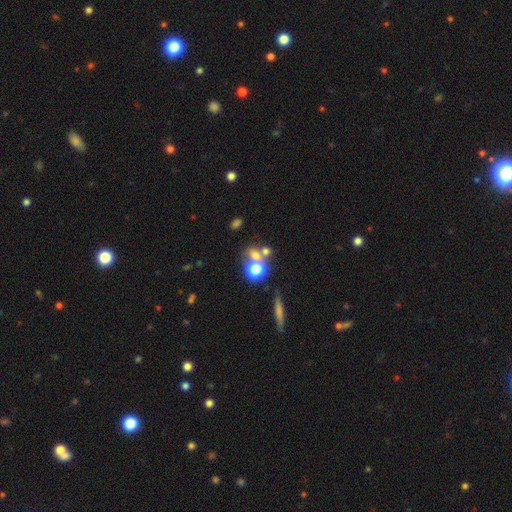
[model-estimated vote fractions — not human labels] Smooth or featured: smooth — 58% (star or artifact — 26%)
How rounded: round — 65% (in between — 31%)
Merging: none — 45% (merger — 41%)